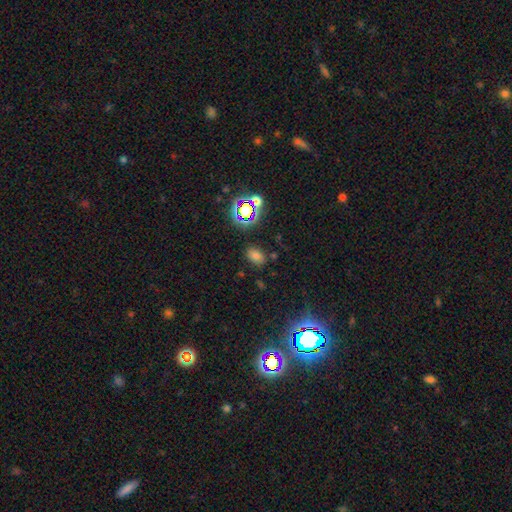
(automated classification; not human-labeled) The model was most divided on "smooth or featured": smooth: 67%, star or artifact: 25%, featured or disk: 9%. More confident: merging — none (81%); how rounded — in between (78%).